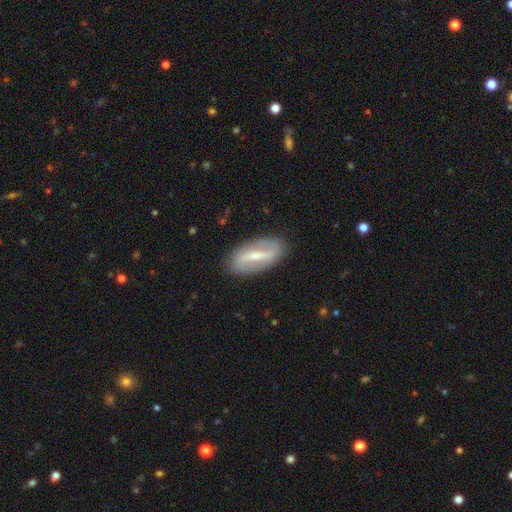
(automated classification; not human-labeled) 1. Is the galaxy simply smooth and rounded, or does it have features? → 73% featured or disk, 21% smooth, 6% star or artifact.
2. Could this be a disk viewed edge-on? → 88% no, 12% yes.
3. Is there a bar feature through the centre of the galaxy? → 65% strong, 27% weak, 7% no.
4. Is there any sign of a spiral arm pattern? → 68% yes, 32% no.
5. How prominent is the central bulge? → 49% small, 41% moderate, 6% none, 3% large, 1% dominant.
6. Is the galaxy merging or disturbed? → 86% none, 10% minor disturbance, 3% major disturbance, 1% merger.